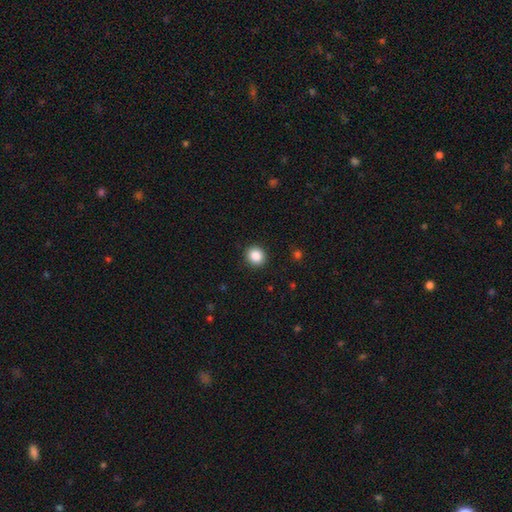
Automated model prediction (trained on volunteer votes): The model was most divided on "how rounded": round: 87%, in between: 12%, cigar-shaped: 1%. More confident: merging — none (91%); smooth or featured — smooth (87%).